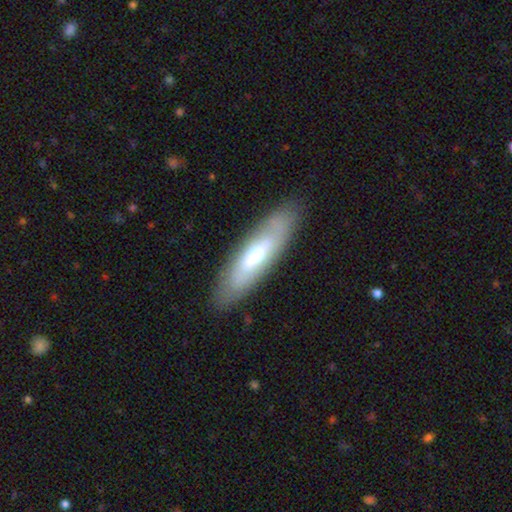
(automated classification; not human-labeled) smooth_or_featured: featured or disk (p=0.51) [alt: smooth p=0.43]
disk_edge_on: no (p=0.58) [alt: yes p=0.42]
merging: none (p=0.87) [alt: minor disturbance p=0.09]